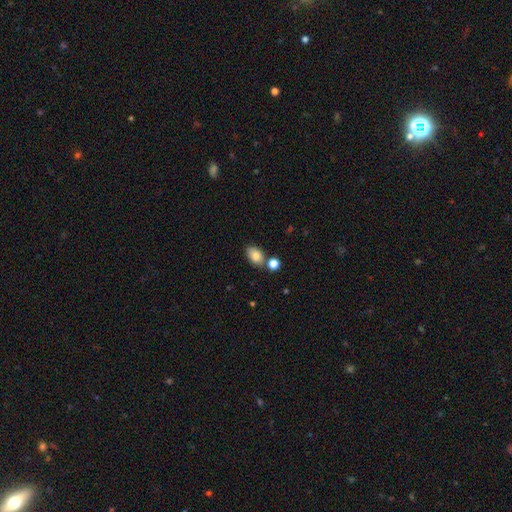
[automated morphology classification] Q: Smooth or featured?
A: smooth (84%); runner-up: star or artifact (9%)
Q: How rounded?
A: in between (84%); runner-up: round (15%)
Q: Merging?
A: none (66%); runner-up: merger (16%)